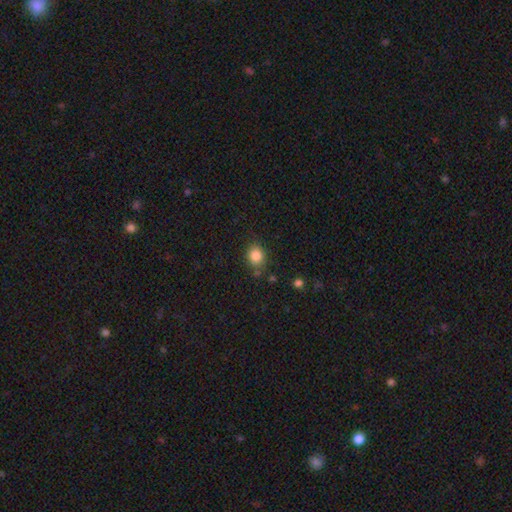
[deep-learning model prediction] The model was most divided on "how rounded": round: 64%, in between: 35%, cigar-shaped: 1%. More confident: smooth or featured — smooth (85%); merging — none (76%).